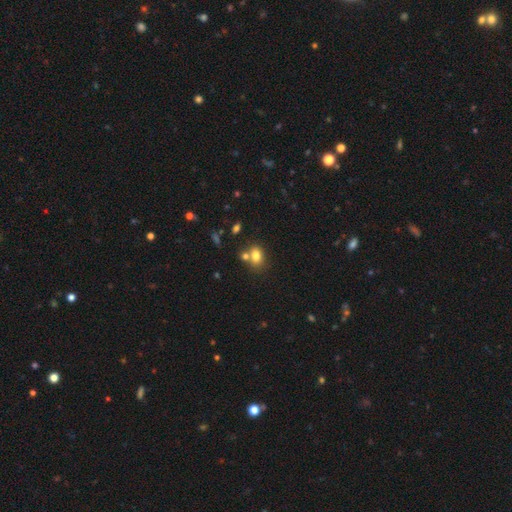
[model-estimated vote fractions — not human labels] This appears to be a smooth galaxy with no disk features (79%) that is in between round and cigar-shaped (71%). Merging: none (53%).